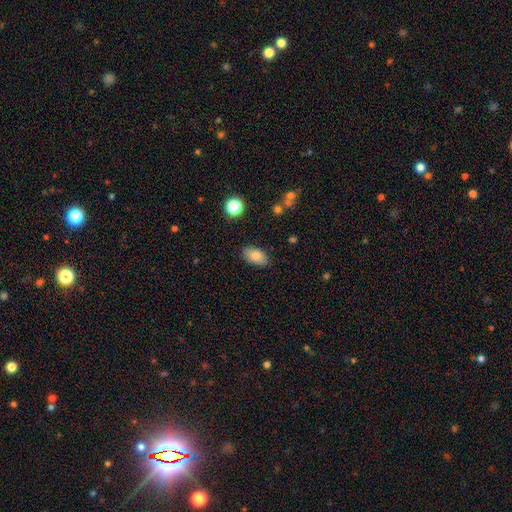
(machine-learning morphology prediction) Q: Smooth or featured?
A: smooth (82%); runner-up: featured or disk (9%)
Q: How rounded?
A: in between (92%); runner-up: round (6%)
Q: Merging?
A: none (85%); runner-up: minor disturbance (11%)